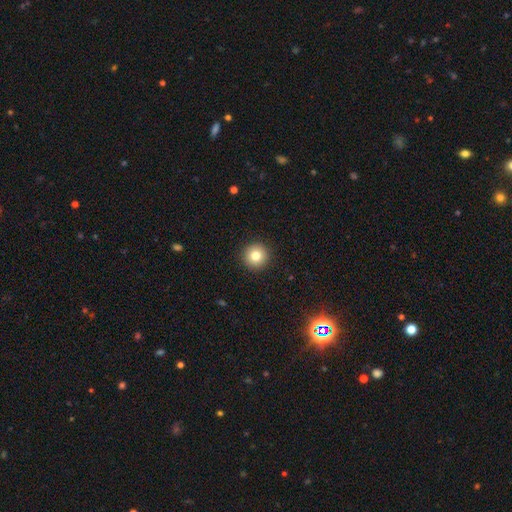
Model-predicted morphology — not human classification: The model was most divided on "smooth or featured": smooth: 81%, star or artifact: 11%, featured or disk: 8%. More confident: how rounded — round (96%); merging — none (93%).